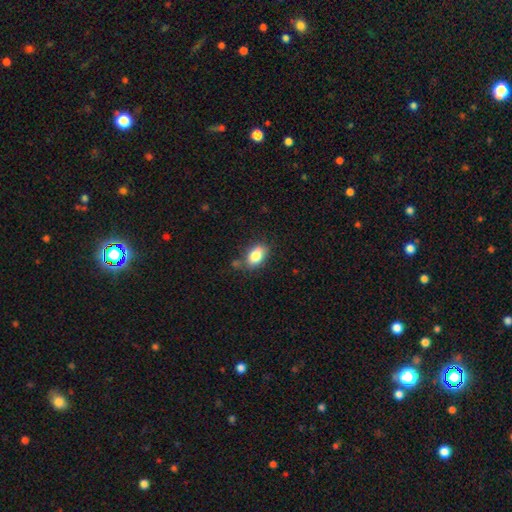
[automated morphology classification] The model was most divided on "merging": none: 71%, minor disturbance: 19%, merger: 6%, major disturbance: 4%. More confident: how rounded — in between (83%); smooth or featured — smooth (83%).